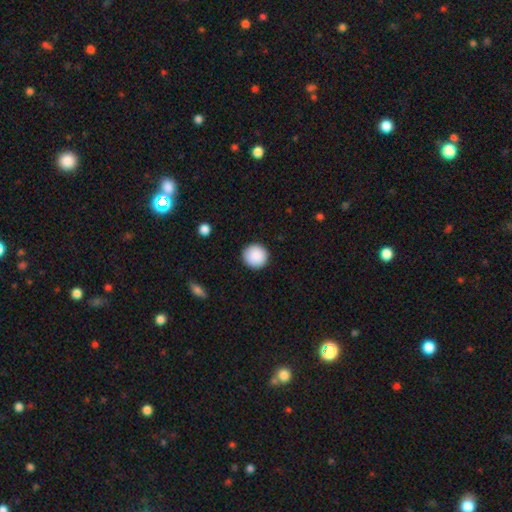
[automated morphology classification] Smooth or featured?
  - smooth: 89% *
  - star or artifact: 8%
  - featured or disk: 3%
How rounded?
  - round: 95% *
  - in between: 4%
  - cigar-shaped: 1%
Merging?
  - none: 92% *
  - minor disturbance: 5%
  - major disturbance: 2%
  - merger: 1%